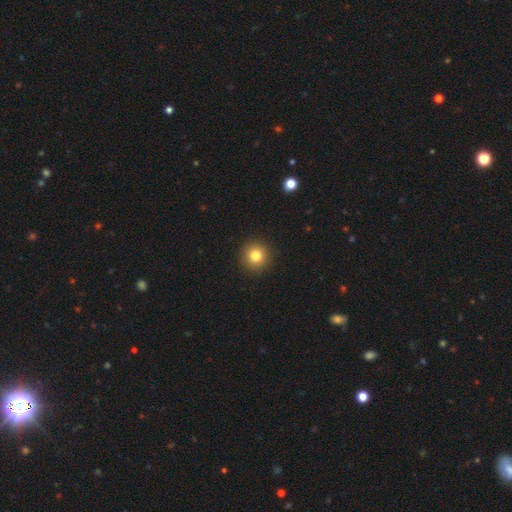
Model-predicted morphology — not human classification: smooth_or_featured: smooth (p=0.81) [alt: star or artifact p=0.11]
how_rounded: round (p=0.93) [alt: in between p=0.06]
merging: none (p=0.93) [alt: minor disturbance p=0.05]